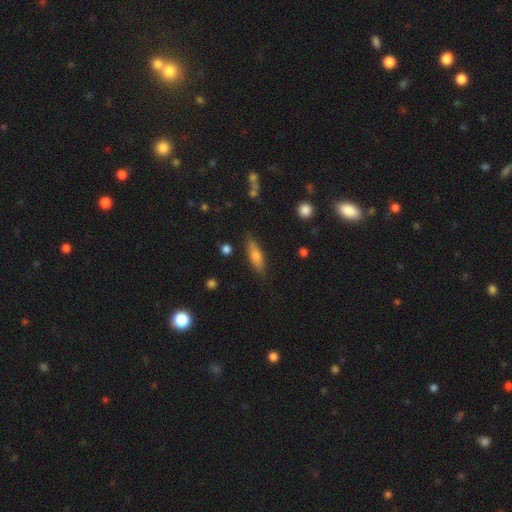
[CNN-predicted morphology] The model was most divided on "how rounded": cigar-shaped: 60%, in between: 37%, round: 3%. More confident: merging — none (83%); smooth or featured — smooth (61%).